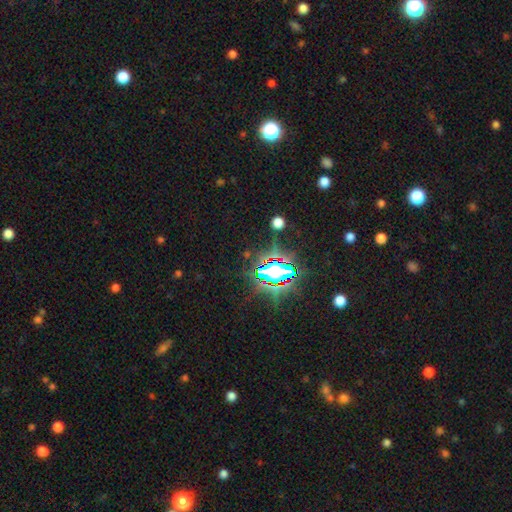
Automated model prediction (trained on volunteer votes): This is clearly a star or artifact rather than a galaxy (84%).